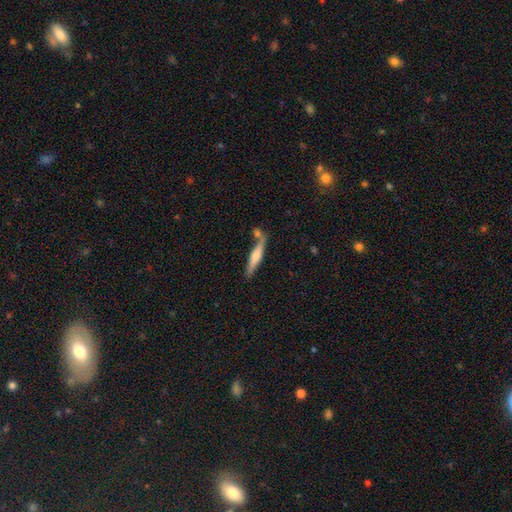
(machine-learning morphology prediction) smooth_or_featured: featured or disk (p=0.54) [alt: smooth p=0.39]
disk_edge_on: yes (p=0.94) [alt: no p=0.06]
edge_on_bulge: rounded (p=0.77) [alt: boxy p=0.13]
merging: none (p=0.65) [alt: merger p=0.17]